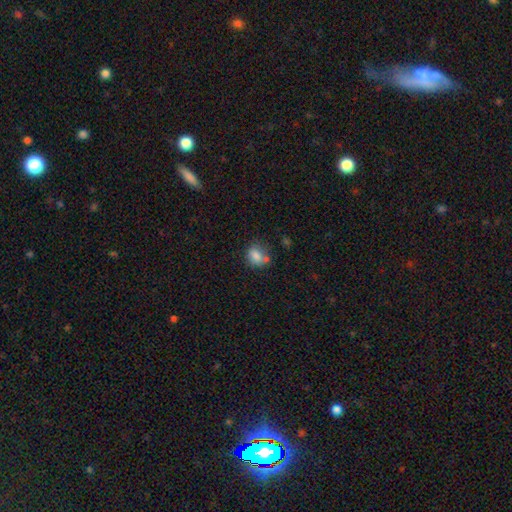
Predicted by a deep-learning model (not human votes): Smooth or featured: smooth — 80% (featured or disk — 10%)
How rounded: round — 51% (in between — 48%)
Merging: none — 53% (minor disturbance — 24%)